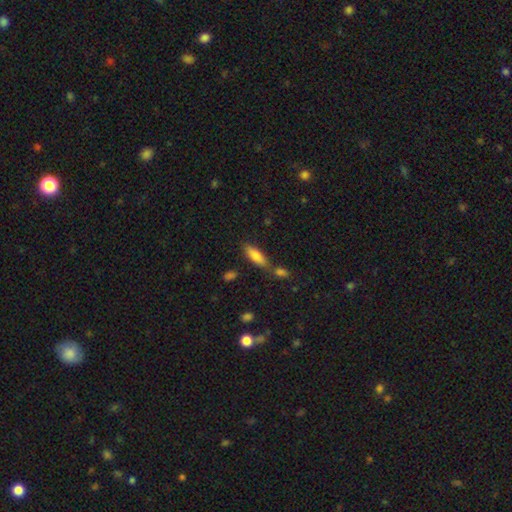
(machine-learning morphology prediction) Smooth or featured: smooth — 83% (featured or disk — 10%)
How rounded: in between — 64% (cigar-shaped — 33%)
Merging: none — 62% (merger — 20%)